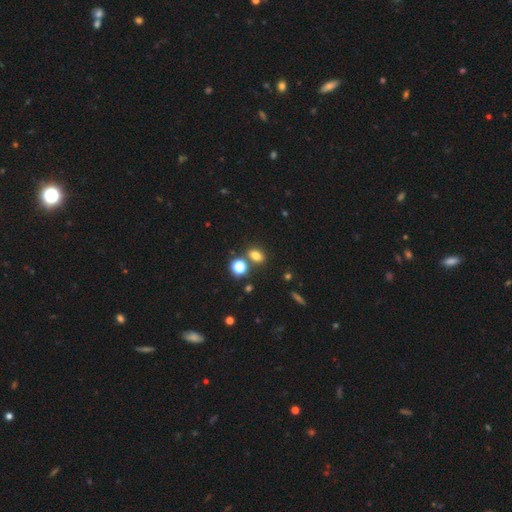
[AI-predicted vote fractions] smooth 76%, star or artifact 17%, featured or disk 7%. Down the decision tree: how rounded — in between (67%); merging — none (74%).